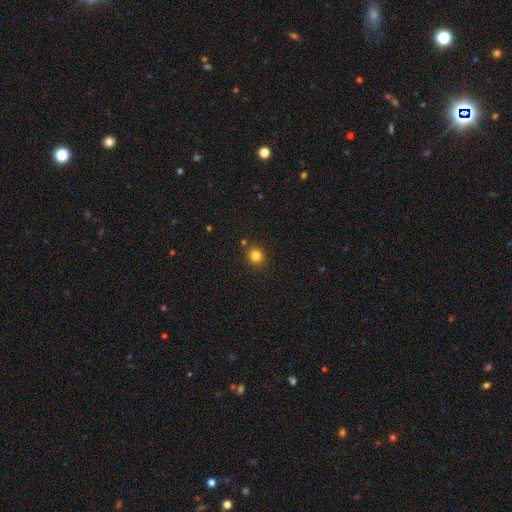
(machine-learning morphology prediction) Smooth or featured? smooth (81%)
How rounded? round (88%)
Merging? none (86%)